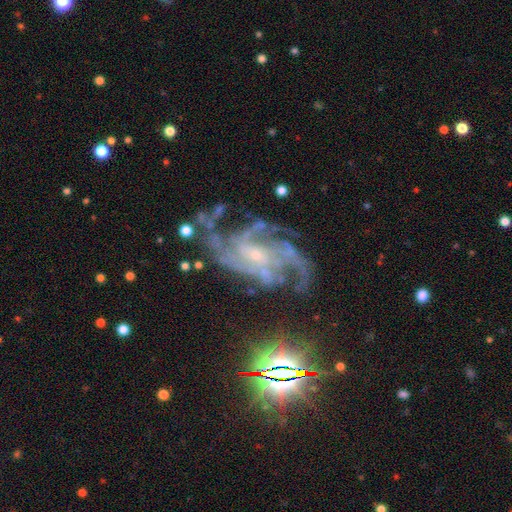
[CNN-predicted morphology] Smooth or featured?
  - featured or disk: 86% *
  - star or artifact: 10%
  - smooth: 4%
Edge-on disk?
  - no: 97% *
  - yes: 3%
Bar?
  - no: 52% *
  - weak: 36%
  - strong: 12%
Spiral arms?
  - yes: 97% *
  - no: 3%
Spiral winding?
  - medium: 50% *
  - tight: 34%
  - loose: 16%
Spiral arm count?
  - 4: 28% *
  - 3: 24%
  - can't tell: 17%
  - 2: 13%
  - more than 4: 10%
  - 1: 7%
Bulge size?
  - small: 74% *
  - moderate: 17%
  - none: 7%
  - large: 1%
  - dominant: 1%
Merging?
  - none: 58% *
  - minor disturbance: 20%
  - major disturbance: 19%
  - merger: 3%